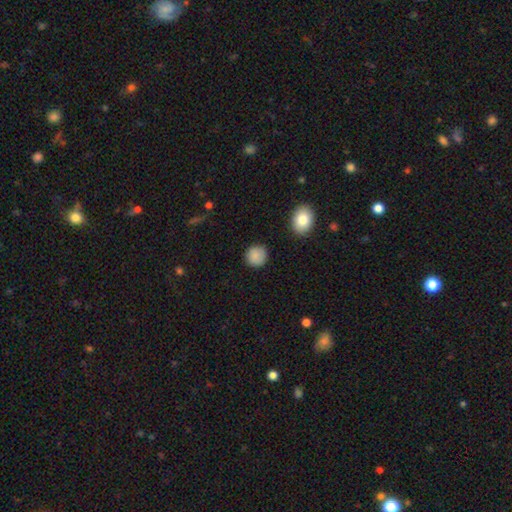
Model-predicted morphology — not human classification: This is clearly a smooth galaxy (88%). How rounded: clearly round (91%). Merging: clearly none (88%).